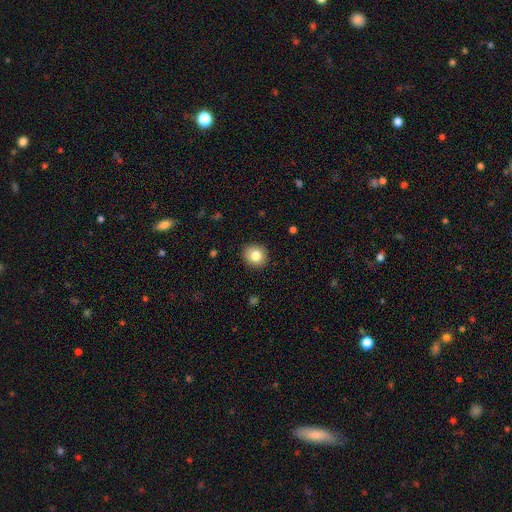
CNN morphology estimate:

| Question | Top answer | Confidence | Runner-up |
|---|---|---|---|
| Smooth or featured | smooth | 82% | star or artifact (9%) |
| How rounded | round | 79% | in between (20%) |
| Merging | none | 91% | minor disturbance (7%) |